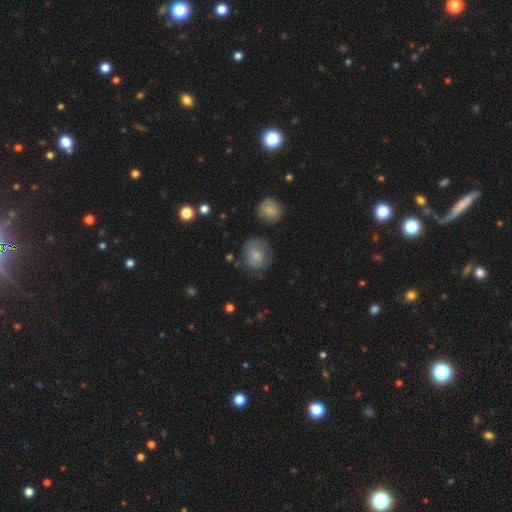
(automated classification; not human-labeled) The model was most divided on "merging": none: 54%, minor disturbance: 26%, major disturbance: 17%, merger: 3%. More confident: how rounded — round (75%); smooth or featured — smooth (65%).